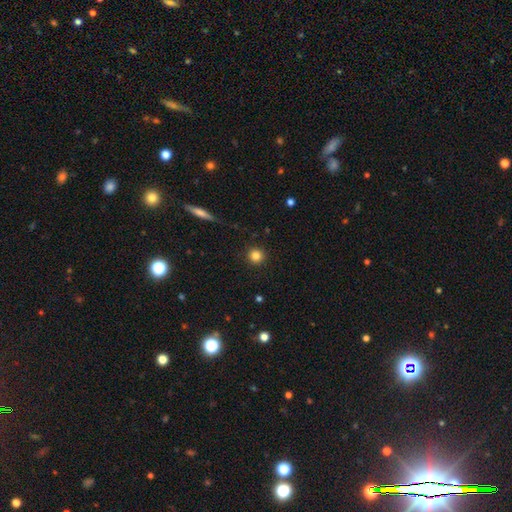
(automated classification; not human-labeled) smooth 84%, star or artifact 11%, featured or disk 6%. Down the decision tree: how rounded — round (94%); merging — none (91%).